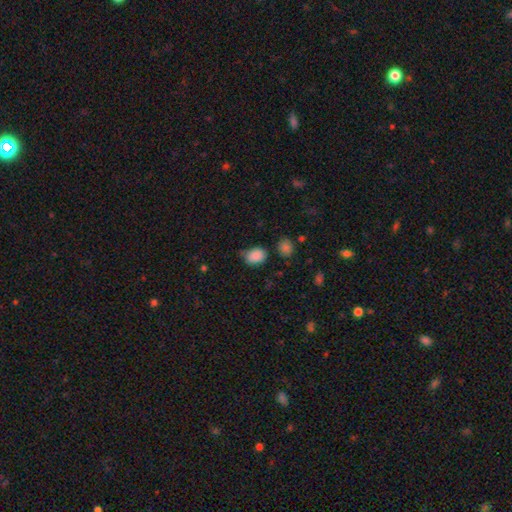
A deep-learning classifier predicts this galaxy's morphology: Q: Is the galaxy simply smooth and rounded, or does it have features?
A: smooth — 86%.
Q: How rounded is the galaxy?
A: in between — 63%.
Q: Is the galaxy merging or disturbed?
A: none — 65%.